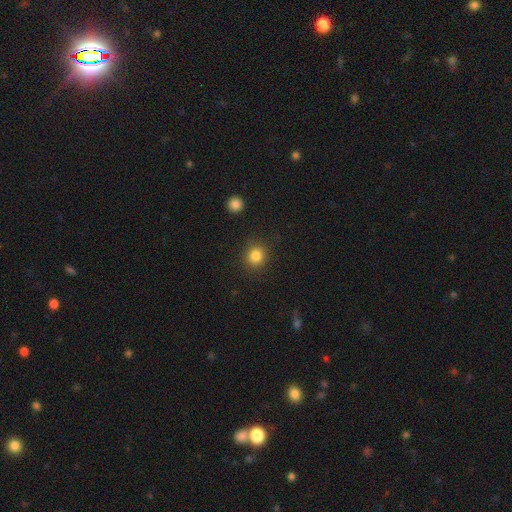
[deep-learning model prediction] Smooth or featured: smooth — 84% (star or artifact — 11%)
How rounded: round — 86% (in between — 13%)
Merging: none — 87% (minor disturbance — 8%)